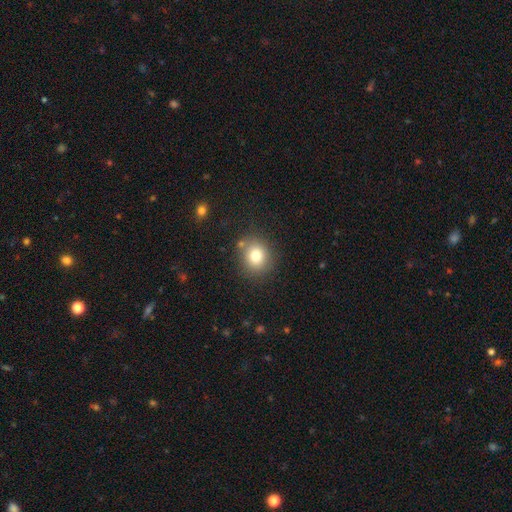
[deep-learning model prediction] This appears to be a smooth galaxy with no disk features (79%) that is round (81%). Merging: none (81%).